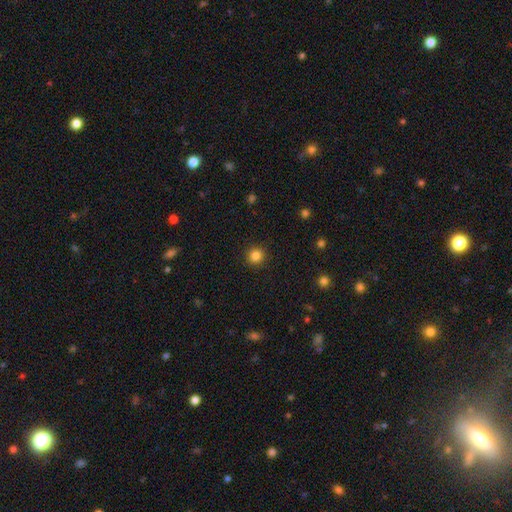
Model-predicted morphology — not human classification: Smooth or featured? Predicted: smooth (p=0.84). How rounded? Predicted: round (p=0.93). Merging? Predicted: none (p=0.92).